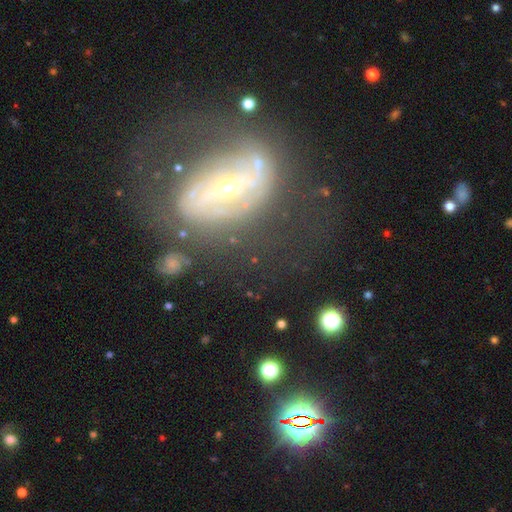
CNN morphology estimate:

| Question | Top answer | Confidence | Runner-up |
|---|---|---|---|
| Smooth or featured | featured or disk | 75% | smooth (15%) |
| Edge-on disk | no | 92% | yes (8%) |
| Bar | strong | 51% | weak (27%) |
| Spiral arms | yes | 59% | no (41%) |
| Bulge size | small | 63% | moderate (32%) |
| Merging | none | 53% | major disturbance (24%) |